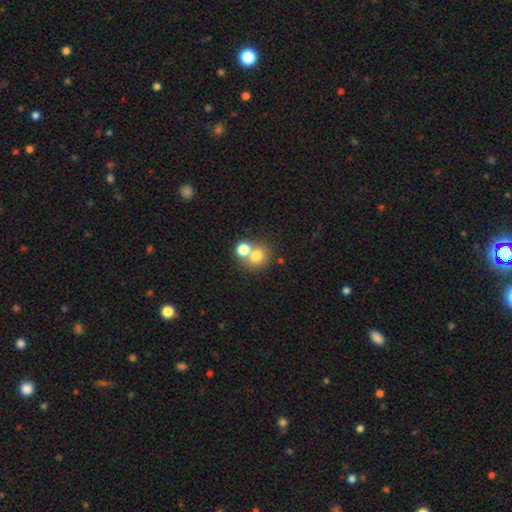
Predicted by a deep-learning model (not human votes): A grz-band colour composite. It shows a smooth galaxy with no disk features (76%) that is round (81%). Merging: merger (46%).